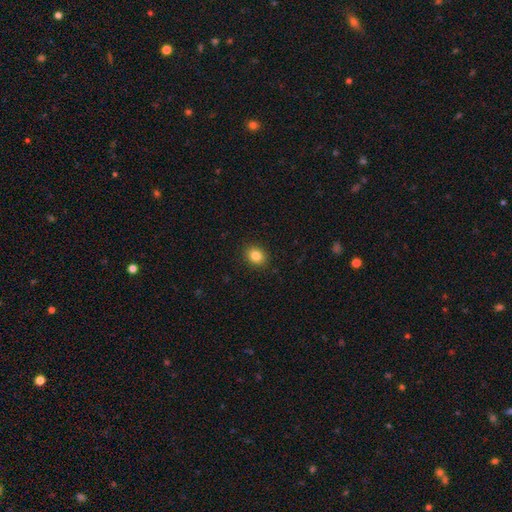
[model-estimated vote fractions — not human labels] smooth 84%, star or artifact 10%, featured or disk 6%. Down the decision tree: how rounded — round (54%); merging — none (91%).